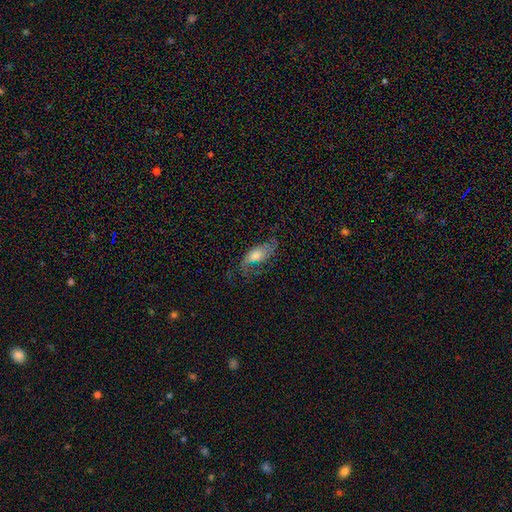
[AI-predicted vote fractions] Overall: featured or disk (58%; smooth 32%). Edge-on disk: no (84%). Merging: none (51%; major disturbance 24%).